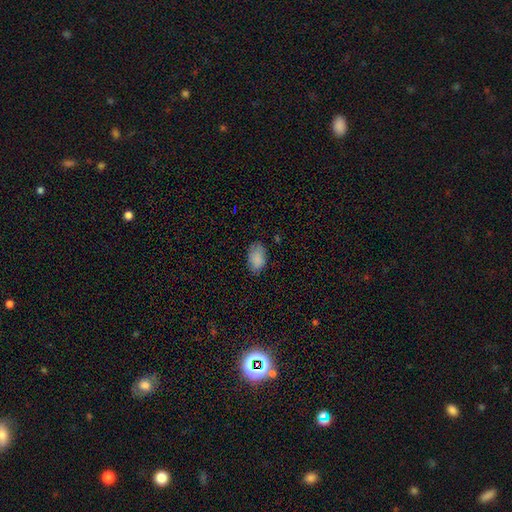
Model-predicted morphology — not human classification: A smooth galaxy with no disk features (76%) that is in between round and cigar-shaped (92%).

Vote fractions:
- Smooth or featured? smooth: 76% / star or artifact: 16% / featured or disk: 8%
- How rounded? in between: 92% / round: 6% / cigar-shaped: 2%
- Merging? none: 75% / minor disturbance: 19% / major disturbance: 4% / merger: 1%